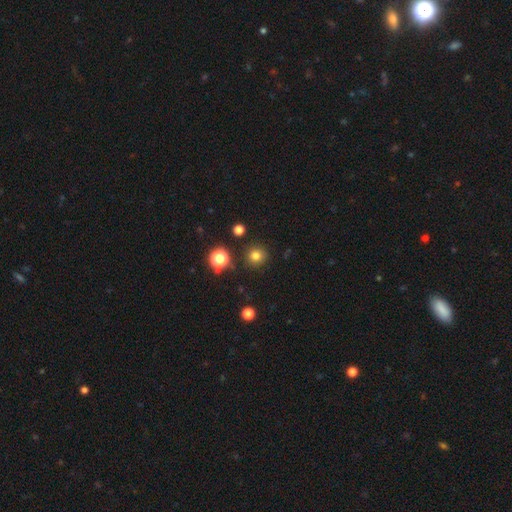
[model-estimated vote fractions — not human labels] Morphology: type=smooth (78%); roundness=round (93%); merging=none (90%).